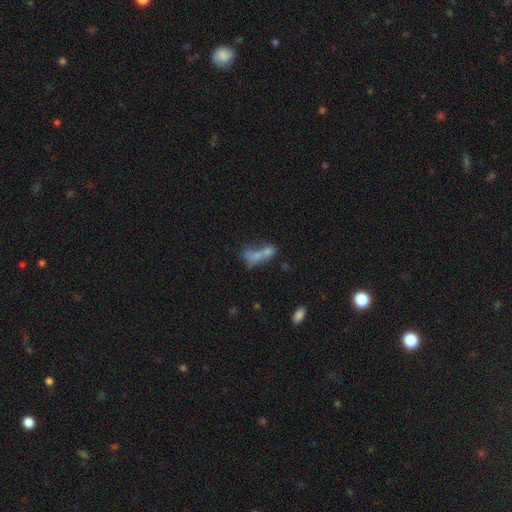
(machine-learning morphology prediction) smooth 56%, featured or disk 27%, star or artifact 16%. Down the decision tree: how rounded — in between (63%); merging — merger (56%).